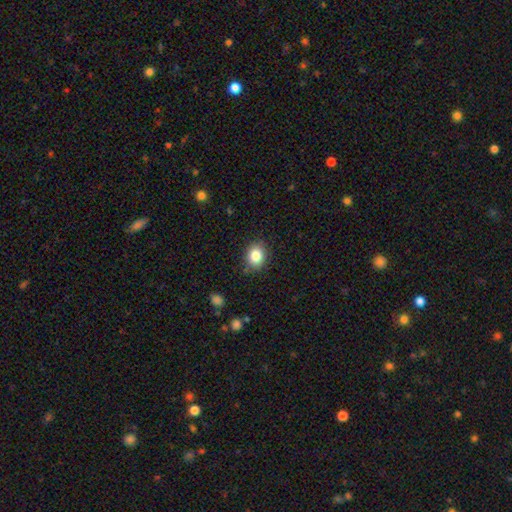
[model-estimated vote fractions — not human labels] A smooth galaxy with no disk features (84%) that is round (55%).

Vote fractions:
- Smooth or featured? smooth: 84% / star or artifact: 10% / featured or disk: 6%
- How rounded? round: 55% / in between: 44% / cigar-shaped: 1%
- Merging? none: 84% / minor disturbance: 12% / major disturbance: 3% / merger: 1%